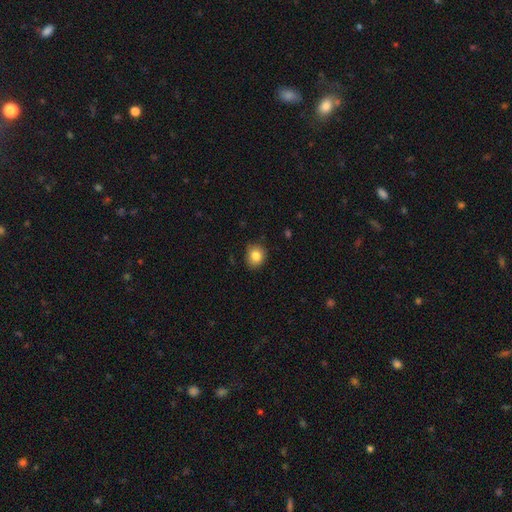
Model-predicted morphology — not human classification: type=smooth (83%); roundness=round (75%); merging=none (82%).